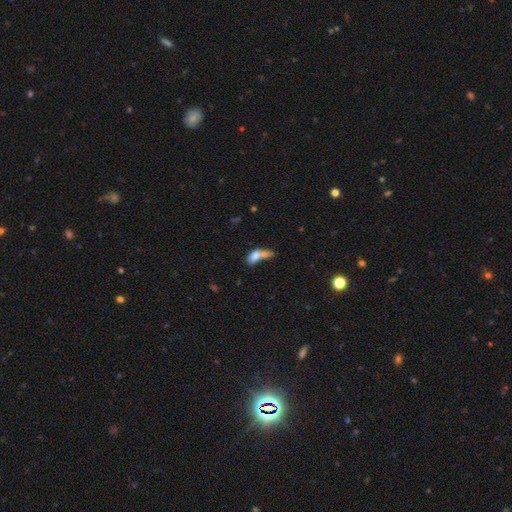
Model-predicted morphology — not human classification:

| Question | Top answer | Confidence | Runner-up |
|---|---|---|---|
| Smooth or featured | smooth | 70% | featured or disk (21%) |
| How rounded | in between | 72% | cigar-shaped (16%) |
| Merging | merger | 52% | none (18%) |